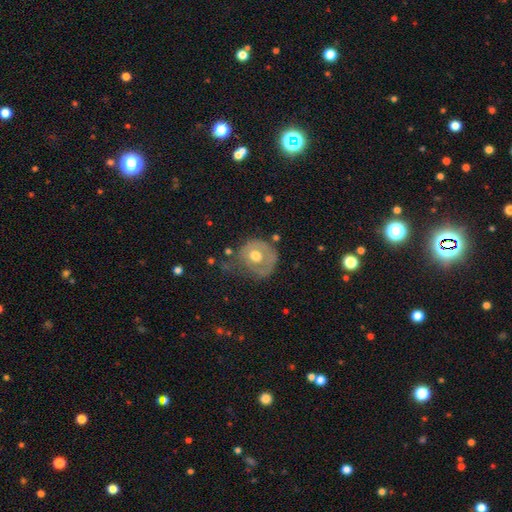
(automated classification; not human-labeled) Smooth or featured? Predicted: smooth (p=0.48). Merging? Predicted: none (p=0.45).